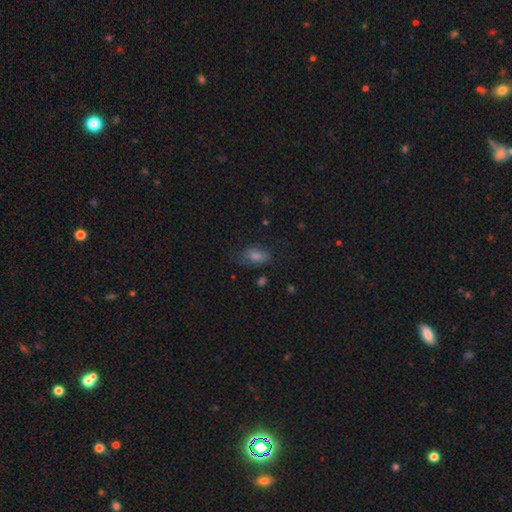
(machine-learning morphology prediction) Smooth or featured: smooth — 55% (featured or disk — 23%)
How rounded: in between — 82% (round — 11%)
Merging: none — 60% (minor disturbance — 24%)